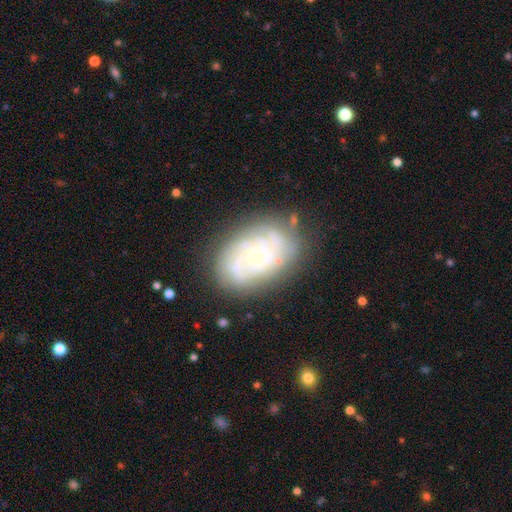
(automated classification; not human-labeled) featured or disk 78%, smooth 15%, star or artifact 7%. Down the decision tree: edge-on disk — no (97%); bar — no (70%); spiral arms — yes (91%); spiral arm count — can't tell (36%); spiral winding — tight (64%); bulge size — small (74%); merging — none (73%).